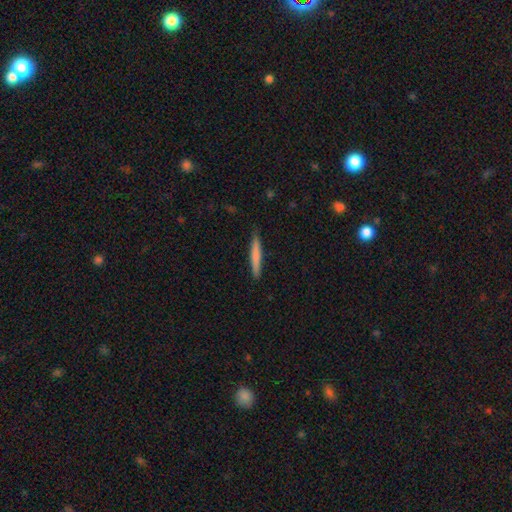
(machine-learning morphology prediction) Smooth or featured?
  - smooth: 72% *
  - featured or disk: 22%
  - star or artifact: 6%
How rounded?
  - cigar-shaped: 95% *
  - in between: 4%
  - round: 1%
Merging?
  - none: 88% *
  - minor disturbance: 9%
  - major disturbance: 2%
  - merger: 1%